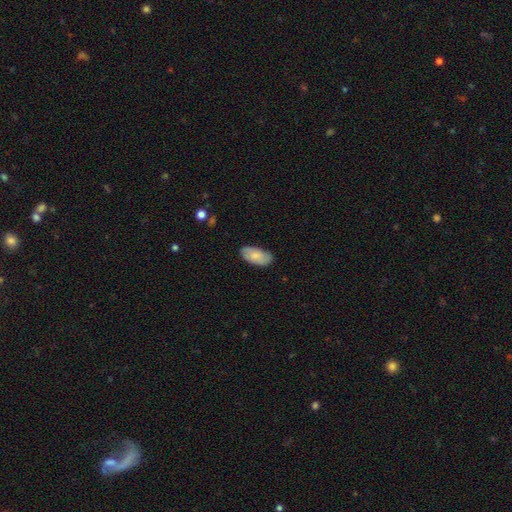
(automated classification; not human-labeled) This is likely a smooth galaxy (78%). How rounded: clearly in between (94%). Merging: clearly none (81%).